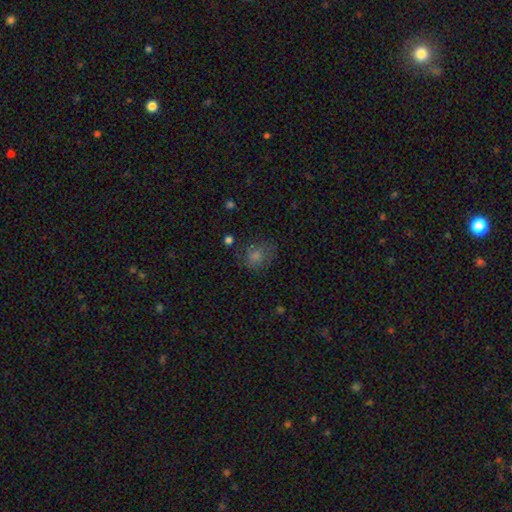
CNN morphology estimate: A smooth galaxy with no disk features (59%) that is round (71%). Merging: none (70%).